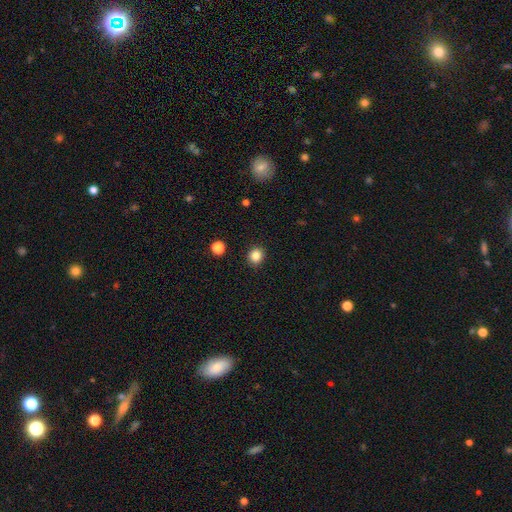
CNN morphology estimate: This is clearly a smooth galaxy (84%). How rounded: clearly round (83%). Merging: clearly none (92%).